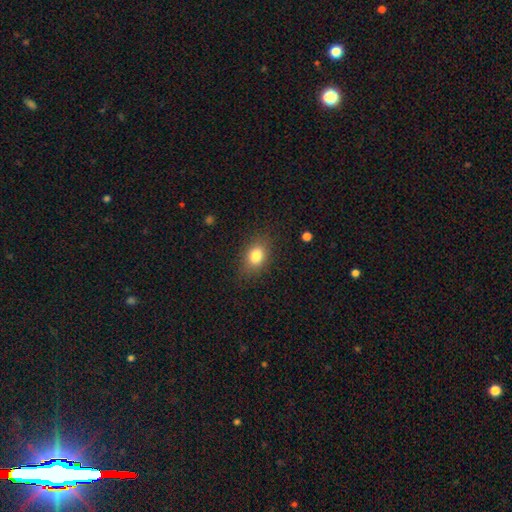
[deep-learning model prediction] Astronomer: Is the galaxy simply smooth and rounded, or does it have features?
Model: smooth — 81%.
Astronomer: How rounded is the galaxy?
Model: in between — 72%.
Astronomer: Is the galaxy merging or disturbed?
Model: none — 82%.